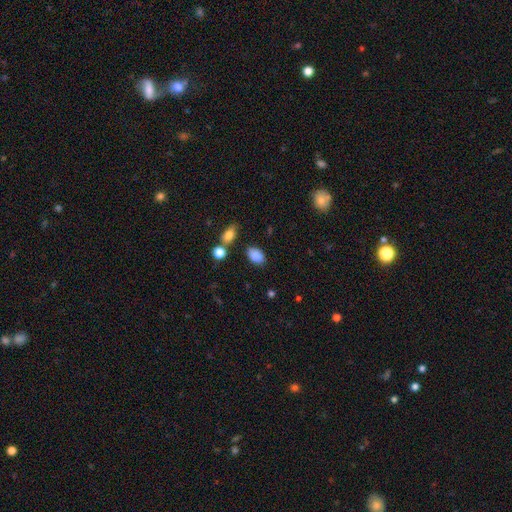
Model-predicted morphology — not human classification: Smooth or featured? smooth (86%)
How rounded? in between (87%)
Merging? none (78%)